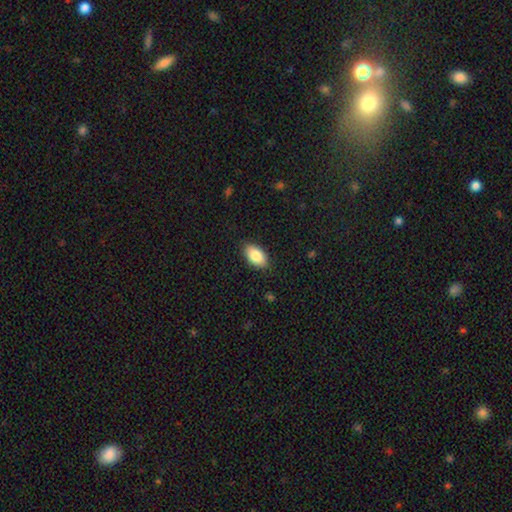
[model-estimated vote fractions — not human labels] smooth_or_featured: smooth (p=0.86) [alt: featured or disk p=0.07]
how_rounded: in between (p=0.93) [alt: round p=0.05]
merging: none (p=0.86) [alt: minor disturbance p=0.10]